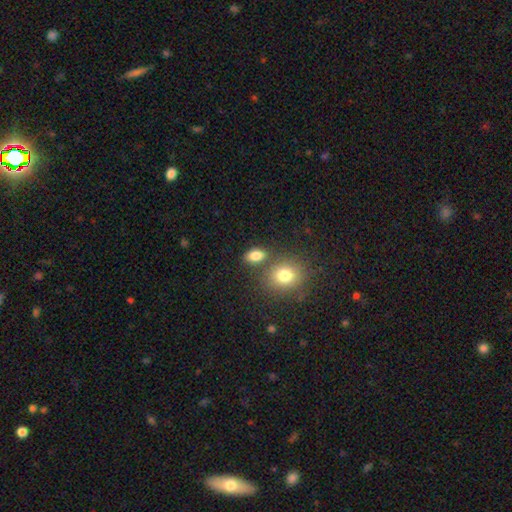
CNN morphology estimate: smooth-or-featured: smooth: 83% | star or artifact: 10% | featured or disk: 6%
  how-rounded: in between: 81% | round: 16% | cigar-shaped: 2%
  merging: none: 70% | merger: 14% | minor disturbance: 12% | major disturbance: 4%